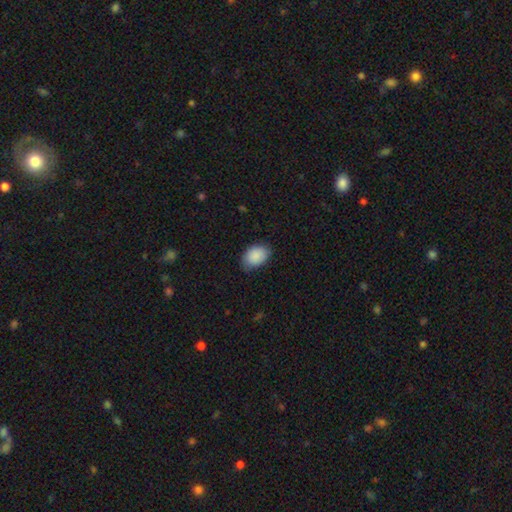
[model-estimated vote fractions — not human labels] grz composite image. It shows a smooth galaxy with no disk features (89%) that is in between round and cigar-shaped (82%). Merging: none (77%).